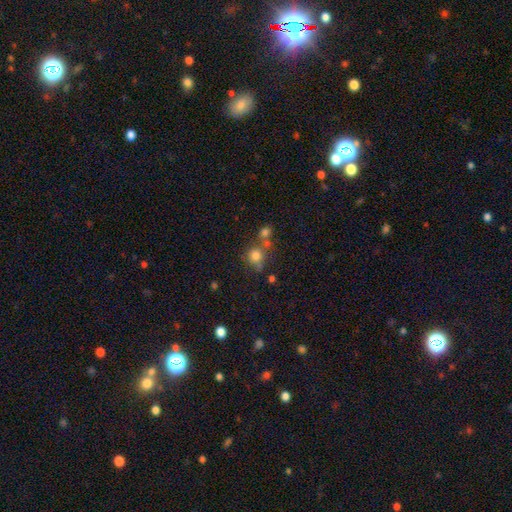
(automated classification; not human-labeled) Smooth or featured? smooth (77%)
How rounded? round (86%)
Merging? none (52%)